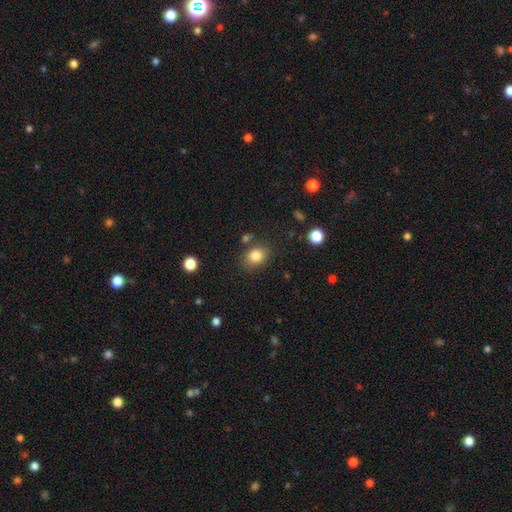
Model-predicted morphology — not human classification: This appears to be a smooth galaxy with no disk features (81%) that is in between round and cigar-shaped (58%). Merging: none (79%).